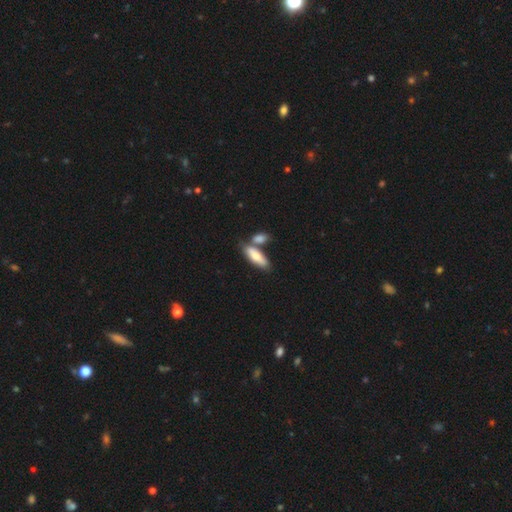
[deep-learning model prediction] A smooth galaxy with no disk features (73%) that is in between round and cigar-shaped (61%).

Vote fractions:
- Smooth or featured? smooth: 73% / featured or disk: 22% / star or artifact: 5%
- How rounded? in between: 61% / cigar-shaped: 37% / round: 2%
- Merging? none: 50% / merger: 35% / minor disturbance: 11% / major disturbance: 3%